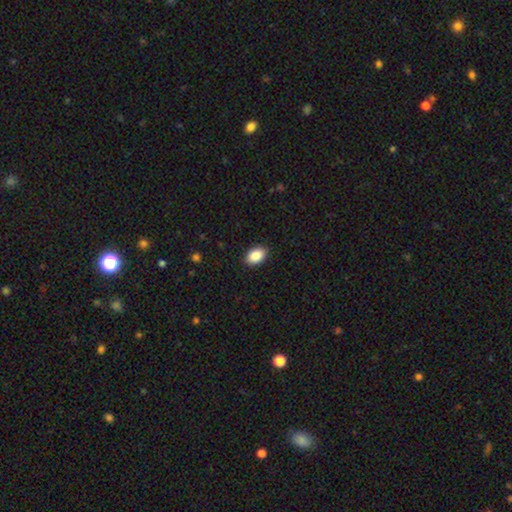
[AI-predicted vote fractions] A smooth galaxy with no disk features (88%) that is in between round and cigar-shaped (88%). Merging: none (90%).